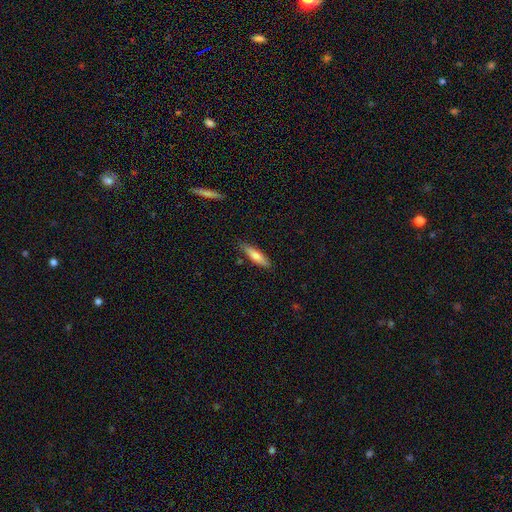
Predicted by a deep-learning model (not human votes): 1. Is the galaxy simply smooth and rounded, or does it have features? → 72% smooth, 22% featured or disk, 6% star or artifact.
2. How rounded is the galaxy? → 68% cigar-shaped, 31% in between, 2% round.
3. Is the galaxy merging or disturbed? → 82% none, 14% minor disturbance, 2% major disturbance, 2% merger.